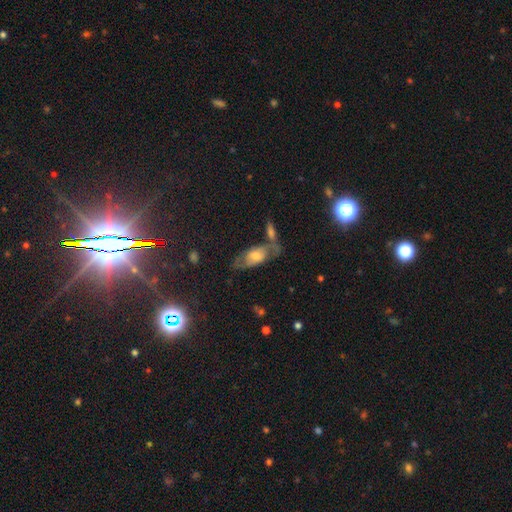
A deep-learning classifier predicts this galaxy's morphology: A featured or disk galaxy (48%). Merging: none (50%).